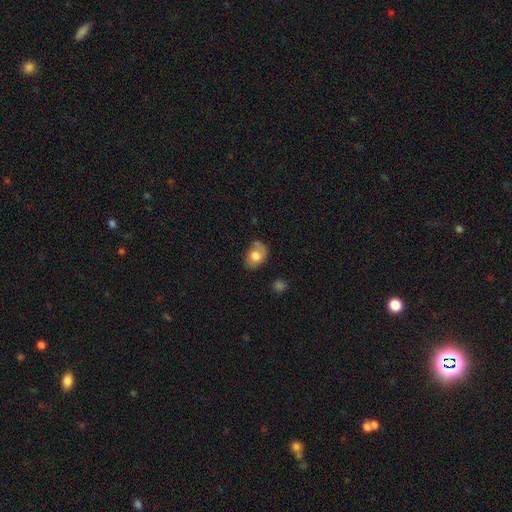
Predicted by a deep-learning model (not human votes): A smooth galaxy with no disk features (75%) that is in between round and cigar-shaped (74%).

Vote fractions:
- Smooth or featured? smooth: 75% / featured or disk: 17% / star or artifact: 8%
- How rounded? in between: 74% / round: 25% / cigar-shaped: 1%
- Merging? none: 55% / minor disturbance: 31% / major disturbance: 9% / merger: 5%